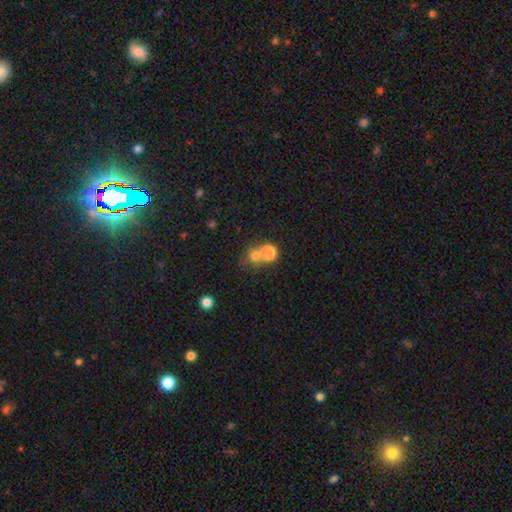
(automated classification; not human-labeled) Smooth or featured?
  - smooth: 74% *
  - star or artifact: 17%
  - featured or disk: 10%
How rounded?
  - round: 86% *
  - in between: 13%
  - cigar-shaped: 1%
Merging?
  - none: 49% *
  - merger: 41%
  - minor disturbance: 7%
  - major disturbance: 4%